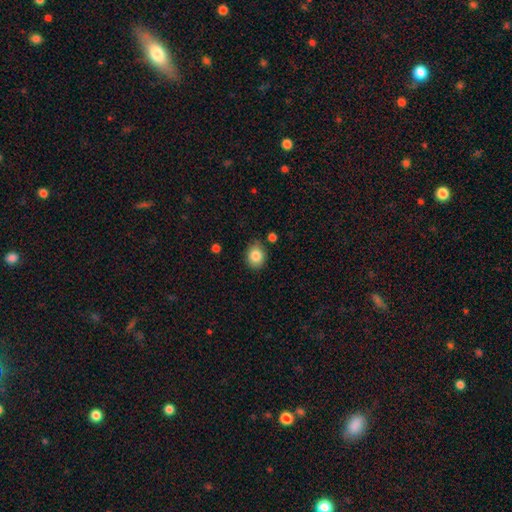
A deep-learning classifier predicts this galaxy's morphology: This appears to be a smooth galaxy with no disk features (84%) that is round (61%). Merging: none (78%).